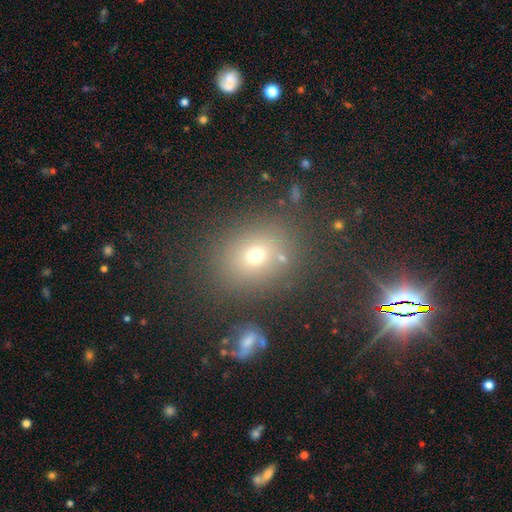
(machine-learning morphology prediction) Q: Smooth or featured?
A: smooth (66%); runner-up: star or artifact (21%)
Q: How rounded?
A: round (61%); runner-up: in between (38%)
Q: Merging?
A: none (80%); runner-up: minor disturbance (10%)